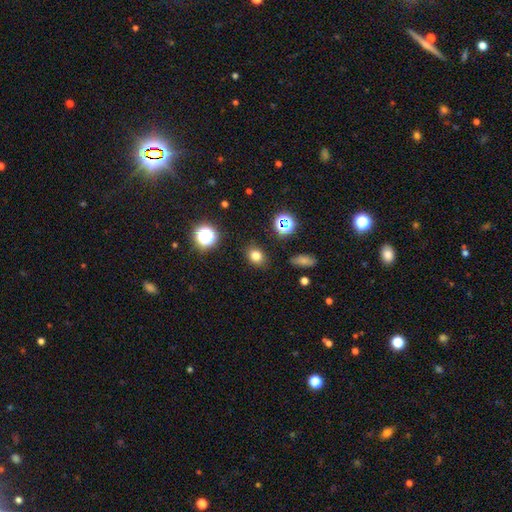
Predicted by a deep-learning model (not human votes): Smooth or featured? Predicted: smooth (p=0.77). How rounded? Predicted: in between (p=0.52). Merging? Predicted: none (p=0.86).